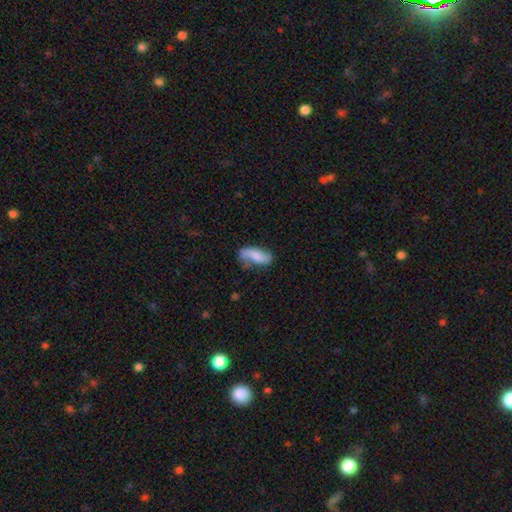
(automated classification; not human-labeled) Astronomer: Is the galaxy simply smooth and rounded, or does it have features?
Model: smooth — 49% (runner-up: featured or disk, 44%).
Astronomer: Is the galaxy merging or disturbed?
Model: none — 60%.